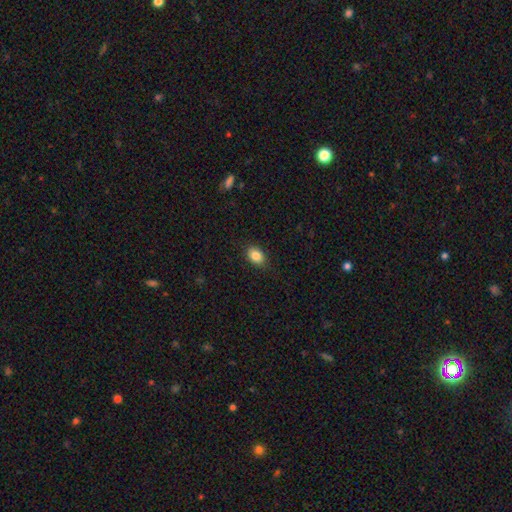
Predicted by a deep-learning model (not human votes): Smooth or featured? smooth (86%)
How rounded? in between (79%)
Merging? none (84%)